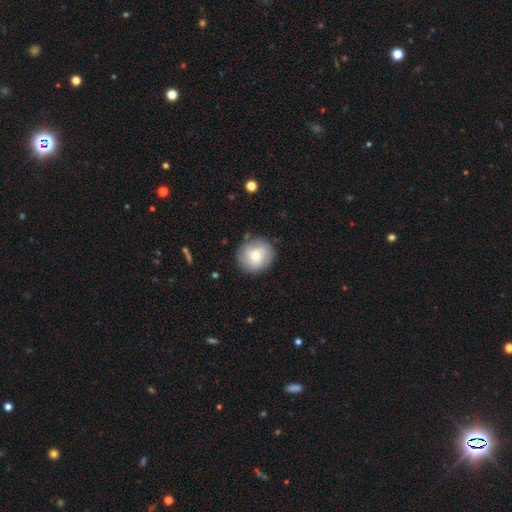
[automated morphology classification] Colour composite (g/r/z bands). It shows a smooth galaxy with no disk features (58%) that is round (90%). Merging: none (82%).